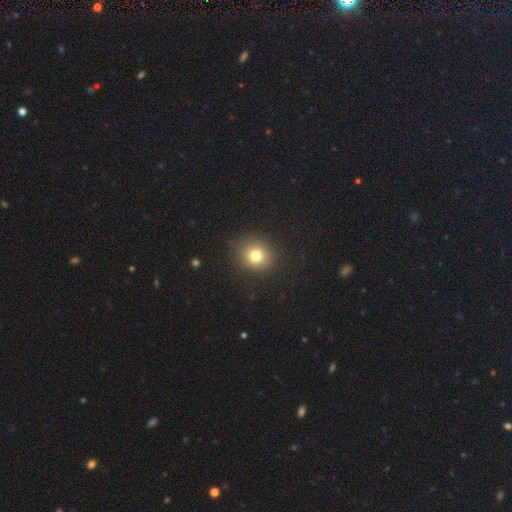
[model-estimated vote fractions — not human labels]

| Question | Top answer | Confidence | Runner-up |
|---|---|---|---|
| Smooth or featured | smooth | 78% | star or artifact (14%) |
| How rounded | round | 86% | in between (13%) |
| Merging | none | 88% | minor disturbance (8%) |